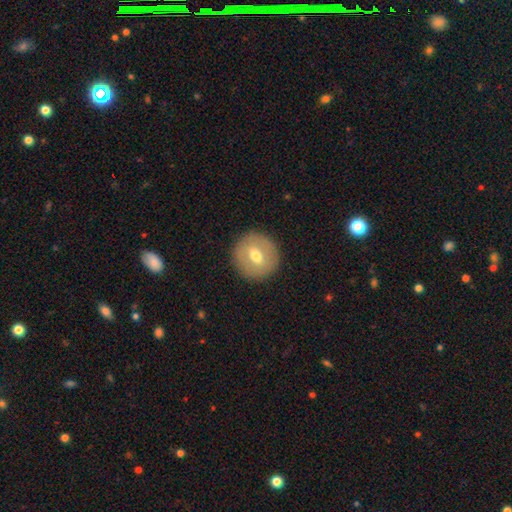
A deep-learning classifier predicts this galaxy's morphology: Smooth or featured: smooth — 56% (featured or disk — 37%)
How rounded: round — 92% (in between — 7%)
Merging: none — 89% (minor disturbance — 7%)